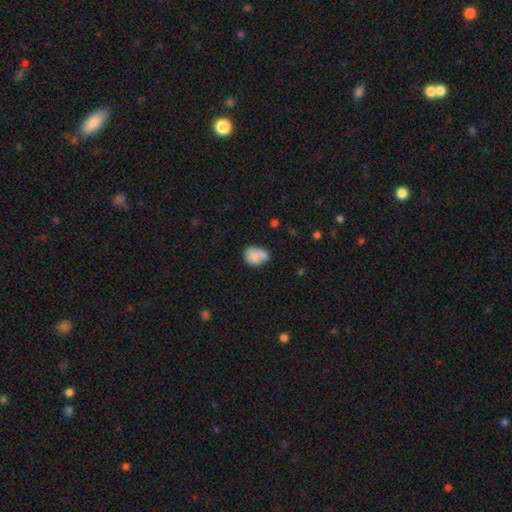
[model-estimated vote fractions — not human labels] A smooth galaxy with no disk features (80%) that is in between round and cigar-shaped (60%).

Vote fractions:
- Smooth or featured? smooth: 80% / featured or disk: 11% / star or artifact: 9%
- How rounded? in between: 60% / round: 38% / cigar-shaped: 1%
- Merging? none: 46% / minor disturbance: 33% / merger: 11% / major disturbance: 10%